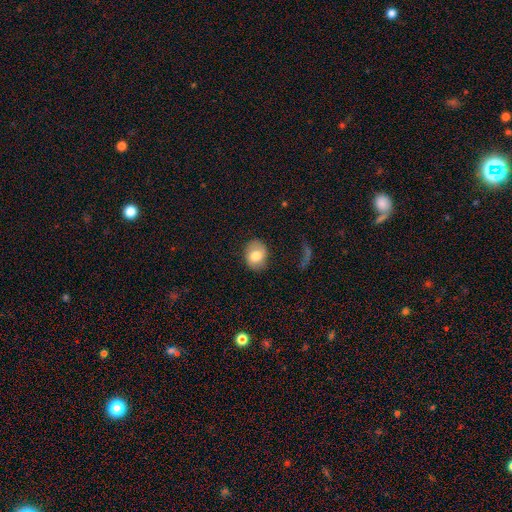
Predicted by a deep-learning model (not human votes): smooth_or_featured: smooth (p=0.73) [alt: featured or disk p=0.19]
how_rounded: round (p=0.51) [alt: in between p=0.48]
merging: none (p=0.79) [alt: minor disturbance p=0.15]